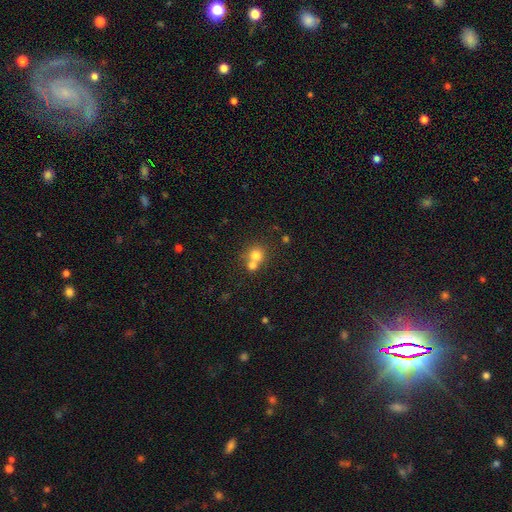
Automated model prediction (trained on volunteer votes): Smooth or featured?
  - smooth: 75% *
  - star or artifact: 13%
  - featured or disk: 12%
How rounded?
  - round: 86% *
  - in between: 13%
  - cigar-shaped: 1%
Merging?
  - merger: 51% *
  - none: 41%
  - minor disturbance: 5%
  - major disturbance: 2%